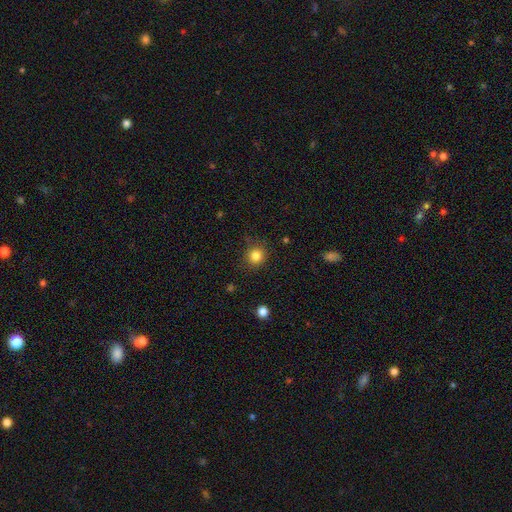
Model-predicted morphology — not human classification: smooth-or-featured: smooth: 83% | star or artifact: 12% | featured or disk: 5%
  how-rounded: round: 89% | in between: 10% | cigar-shaped: 1%
  merging: none: 85% | minor disturbance: 10% | major disturbance: 3% | merger: 1%